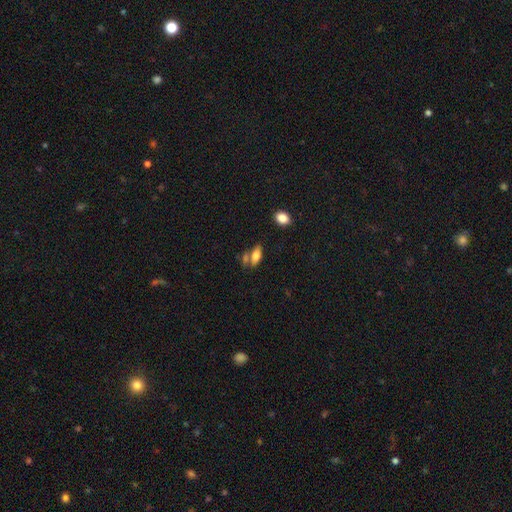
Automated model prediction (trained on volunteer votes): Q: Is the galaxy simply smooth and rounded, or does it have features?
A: smooth — 71%.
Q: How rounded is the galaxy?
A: in between — 76%.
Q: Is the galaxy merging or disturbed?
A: none — 53%.